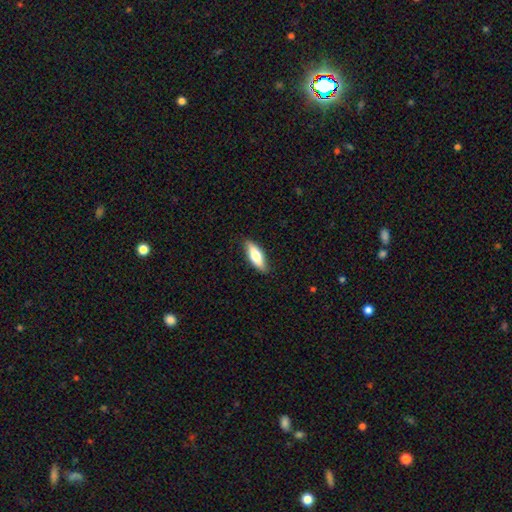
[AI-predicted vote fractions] Smooth or featured?
  - smooth: 70% *
  - featured or disk: 25%
  - star or artifact: 5%
How rounded?
  - in between: 62% *
  - cigar-shaped: 36%
  - round: 2%
Merging?
  - none: 86% *
  - minor disturbance: 11%
  - major disturbance: 2%
  - merger: 1%